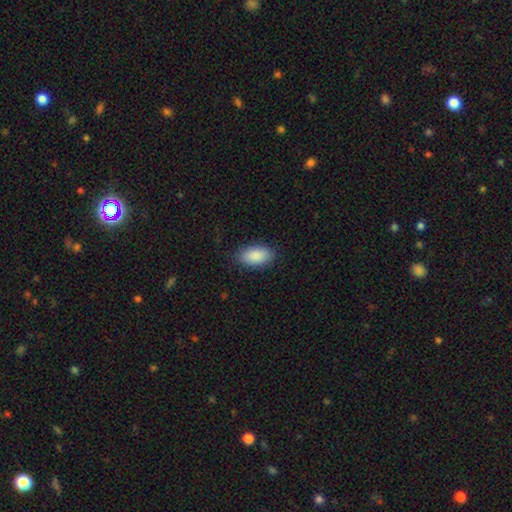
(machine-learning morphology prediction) smooth 90%, star or artifact 6%, featured or disk 4%. Down the decision tree: how rounded — in between (94%); merging — none (86%).